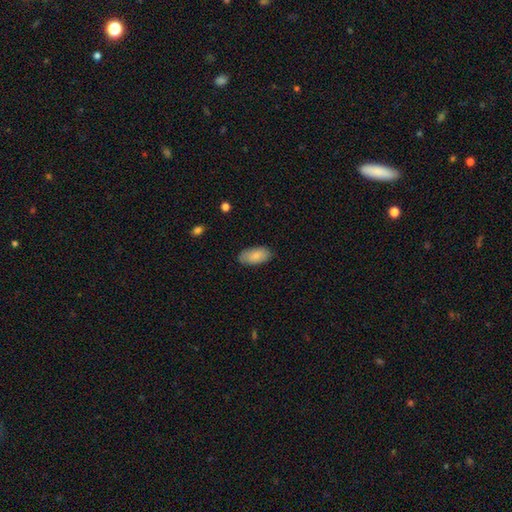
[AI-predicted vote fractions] Smooth or featured: smooth — 84% (featured or disk — 10%)
How rounded: in between — 94% (cigar-shaped — 3%)
Merging: none — 83% (minor disturbance — 14%)